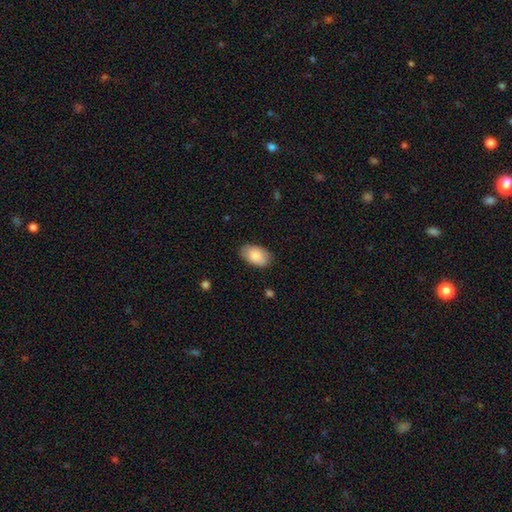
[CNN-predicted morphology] smooth-or-featured: smooth: 87% | featured or disk: 8% | star or artifact: 6%
  how-rounded: in between: 93% | round: 6% | cigar-shaped: 1%
  merging: none: 84% | minor disturbance: 13% | major disturbance: 3% | merger: 1%